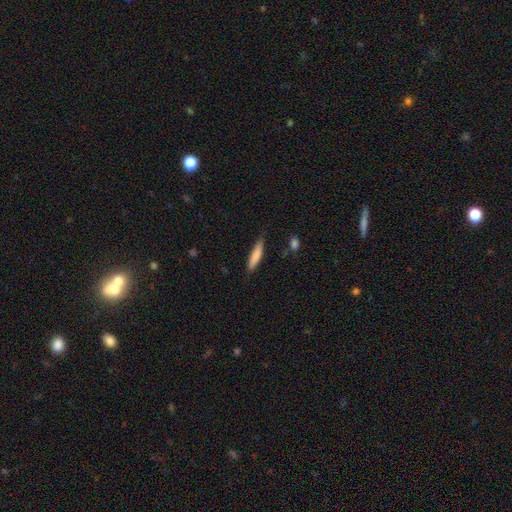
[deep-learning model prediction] This appears to be a smooth galaxy with no disk features (80%) that is cigar-shaped (84%). Merging: none (76%).